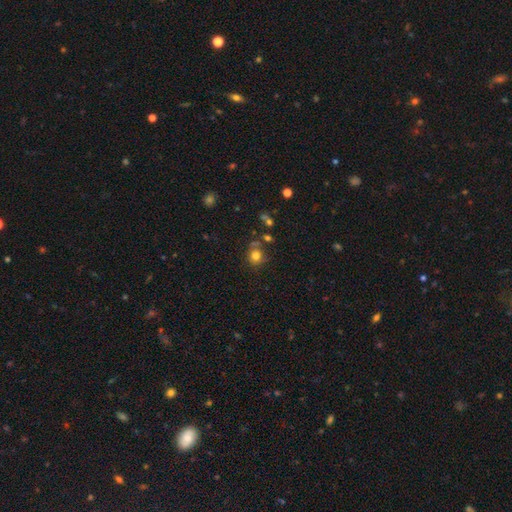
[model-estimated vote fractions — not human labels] A smooth galaxy with no disk features (78%) that is round (84%).

Vote fractions:
- Smooth or featured? smooth: 78% / star or artifact: 14% / featured or disk: 8%
- How rounded? round: 84% / in between: 15% / cigar-shaped: 1%
- Merging? none: 71% / minor disturbance: 15% / merger: 10% / major disturbance: 5%